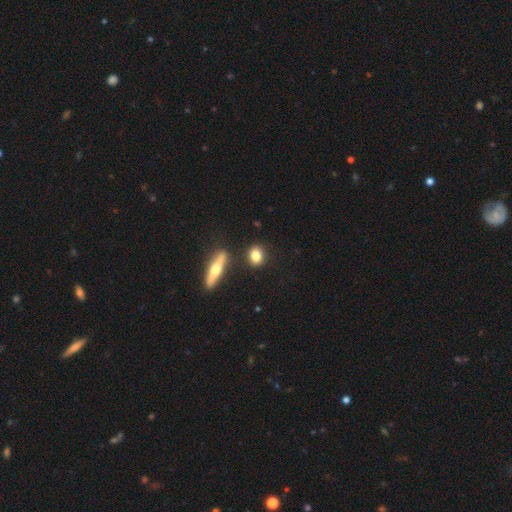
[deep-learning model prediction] Smooth or featured? smooth (81%)
How rounded? round (50%)
Merging? none (83%)